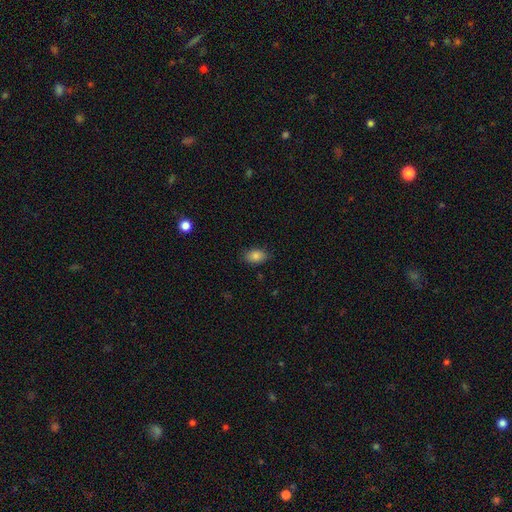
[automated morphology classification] The model was most divided on "merging": none: 85%, minor disturbance: 12%, major disturbance: 2%, merger: 1%. More confident: how rounded — in between (89%); smooth or featured — smooth (85%).